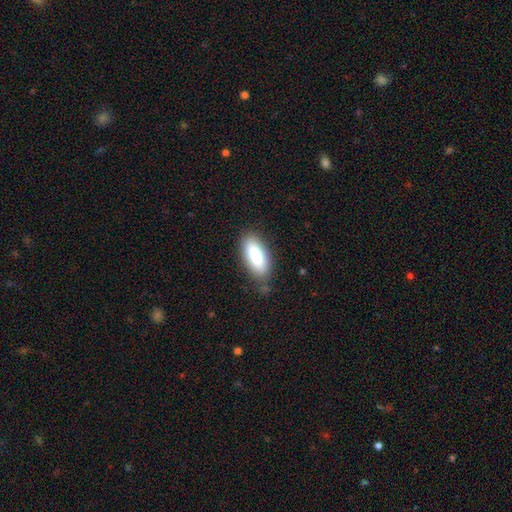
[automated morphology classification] Overall: smooth (85%). How rounded: in between (80%). Merging: none (79%).